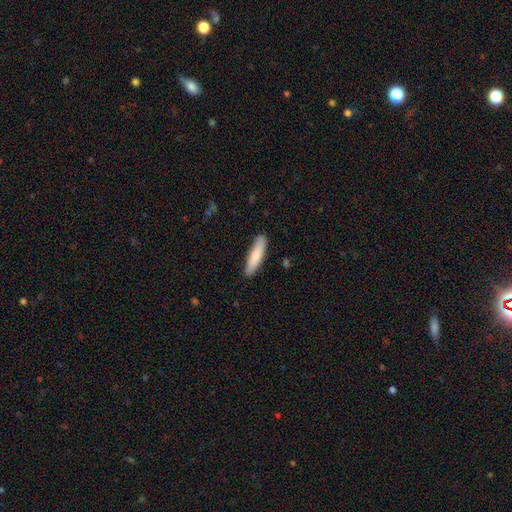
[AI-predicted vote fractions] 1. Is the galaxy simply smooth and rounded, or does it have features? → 82% smooth, 13% featured or disk, 5% star or artifact.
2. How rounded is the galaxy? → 79% cigar-shaped, 20% in between, 1% round.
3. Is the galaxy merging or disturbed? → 88% none, 9% minor disturbance, 2% major disturbance, 1% merger.